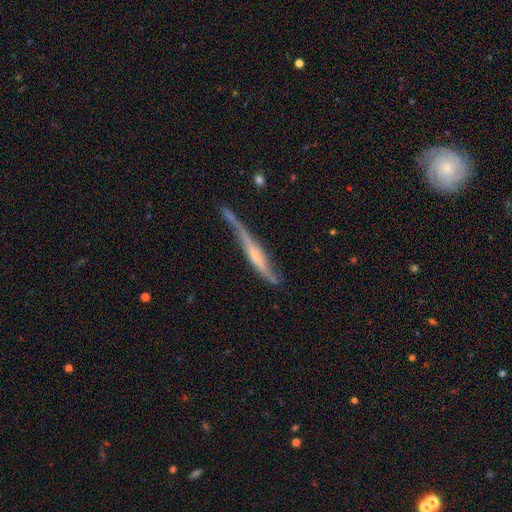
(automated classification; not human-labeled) smooth-or-featured: featured or disk: 62% | smooth: 32% | star or artifact: 6%
  disk-edge-on: yes: 82% | no: 18%
    edge-on-bulge: none: 46% | rounded: 36% | boxy: 18%
  merging: none: 39% | minor disturbance: 32% | major disturbance: 19% | merger: 10%